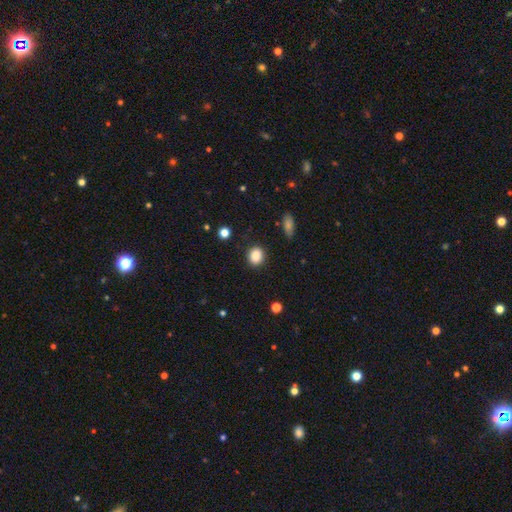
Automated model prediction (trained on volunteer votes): Q: Smooth or featured?
A: smooth (87%); runner-up: star or artifact (9%)
Q: How rounded?
A: round (69%); runner-up: in between (30%)
Q: Merging?
A: none (88%); runner-up: minor disturbance (8%)